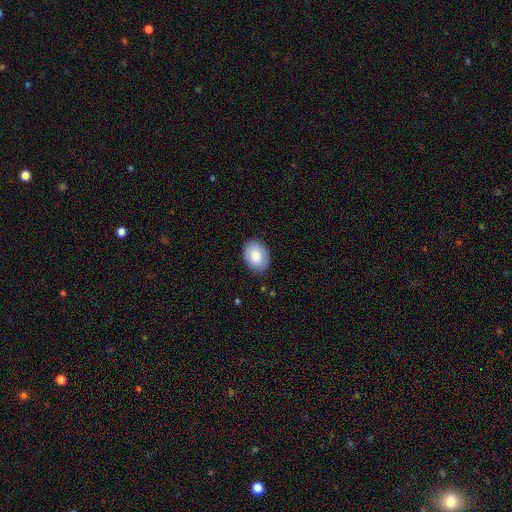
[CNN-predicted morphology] Overall: smooth (83%). How rounded: in between (80%). Merging: none (85%).